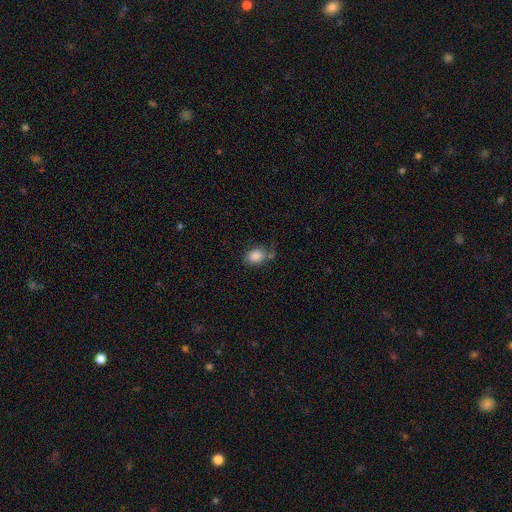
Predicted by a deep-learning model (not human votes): This is clearly a smooth galaxy (86%). How rounded: possibly in between (57%). Merging: possibly none (55%).